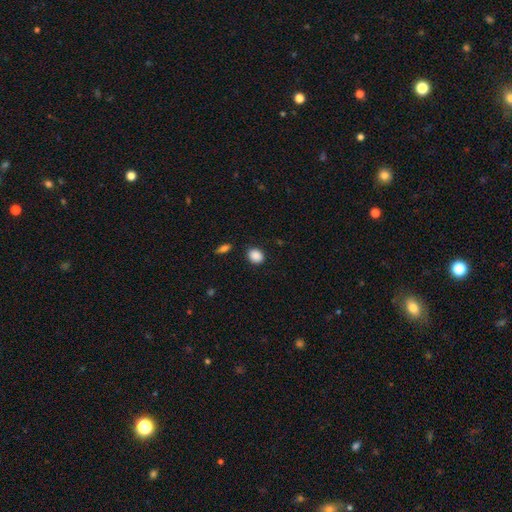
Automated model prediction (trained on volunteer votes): Smooth or featured: smooth — 89% (star or artifact — 8%)
How rounded: in between — 55% (round — 44%)
Merging: none — 87% (minor disturbance — 9%)